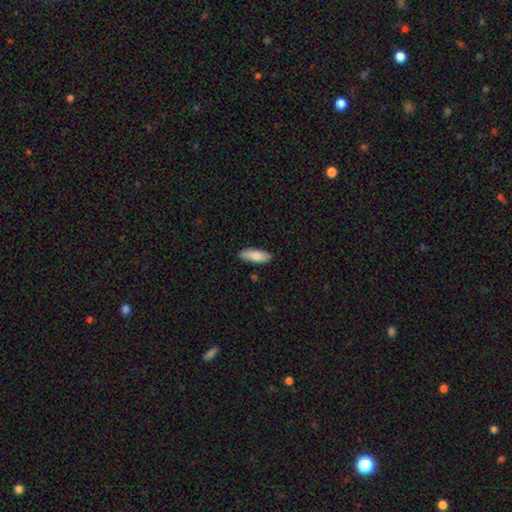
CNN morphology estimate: smooth 85%, featured or disk 9%, star or artifact 6%. Down the decision tree: how rounded — in between (67%); merging — none (86%).